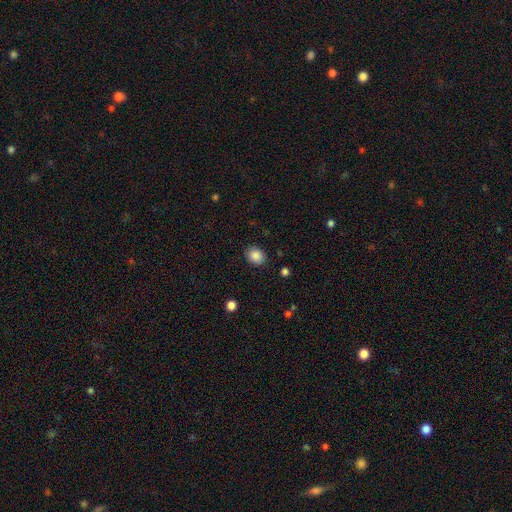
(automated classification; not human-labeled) A smooth galaxy with no disk features (87%) that is round (56%). Merging: none (88%).